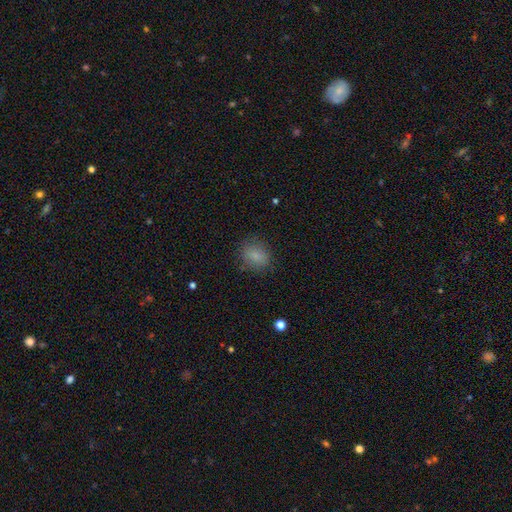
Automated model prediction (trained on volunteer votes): smooth_or_featured: smooth (p=0.83) [alt: star or artifact p=0.10]
how_rounded: in between (p=0.50) [alt: round p=0.49]
merging: none (p=0.82) [alt: minor disturbance p=0.13]